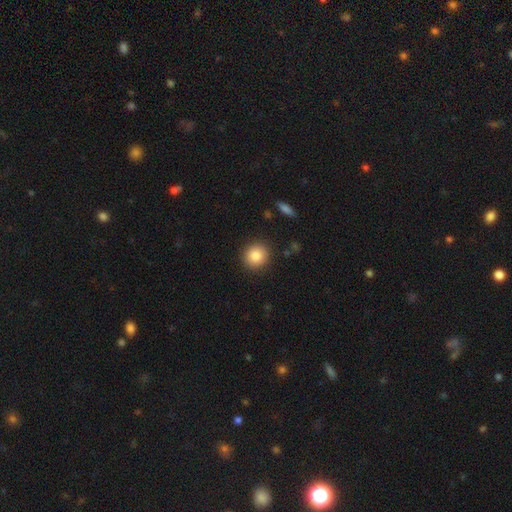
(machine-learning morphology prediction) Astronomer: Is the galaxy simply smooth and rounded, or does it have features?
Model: smooth — 85%.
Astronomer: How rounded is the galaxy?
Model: round — 89%.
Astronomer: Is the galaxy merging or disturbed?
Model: none — 90%.